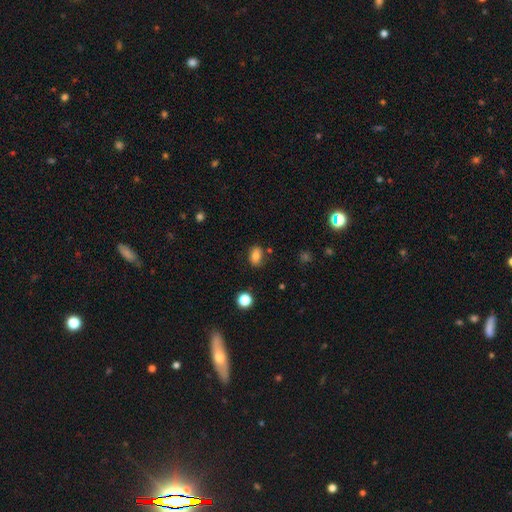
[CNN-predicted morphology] Smooth or featured? smooth (80%)
How rounded? in between (82%)
Merging? none (79%)